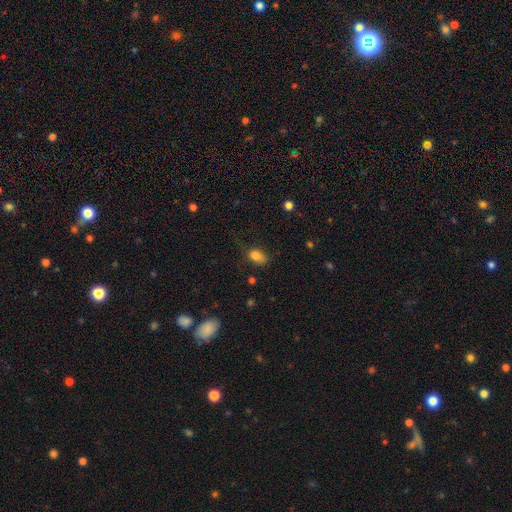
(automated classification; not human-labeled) A smooth galaxy with no disk features (83%) that is in between round and cigar-shaped (82%). Merging: none (57%).